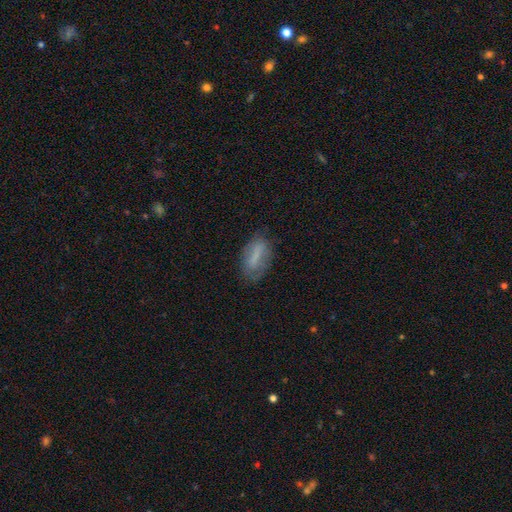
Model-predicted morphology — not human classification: This appears to be a smooth galaxy with no disk features (65%) that is in between round and cigar-shaped (79%). Merging: none (68%).